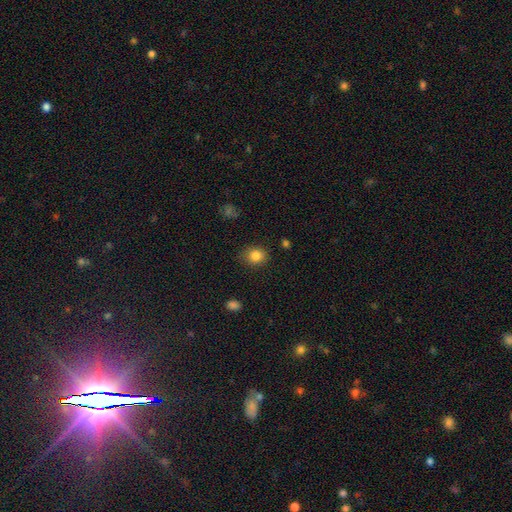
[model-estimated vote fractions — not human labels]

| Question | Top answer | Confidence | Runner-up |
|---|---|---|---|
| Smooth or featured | smooth | 84% | star or artifact (10%) |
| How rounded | round | 68% | in between (31%) |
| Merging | none | 85% | minor disturbance (11%) |